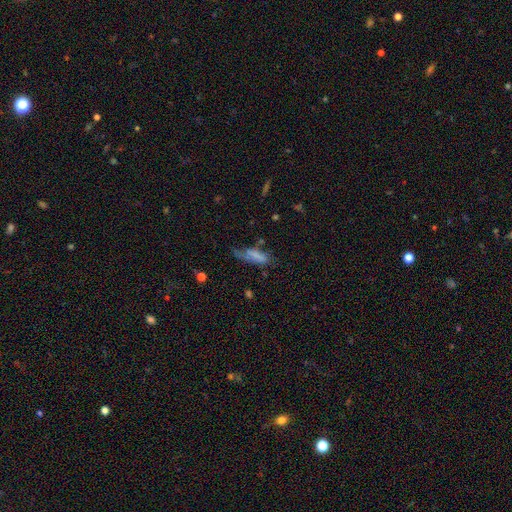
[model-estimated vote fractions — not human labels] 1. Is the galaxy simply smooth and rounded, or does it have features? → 65% smooth, 26% featured or disk, 9% star or artifact.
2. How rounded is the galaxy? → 57% in between, 40% cigar-shaped, 2% round.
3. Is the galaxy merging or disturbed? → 35% none, 32% minor disturbance, 28% major disturbance, 5% merger.